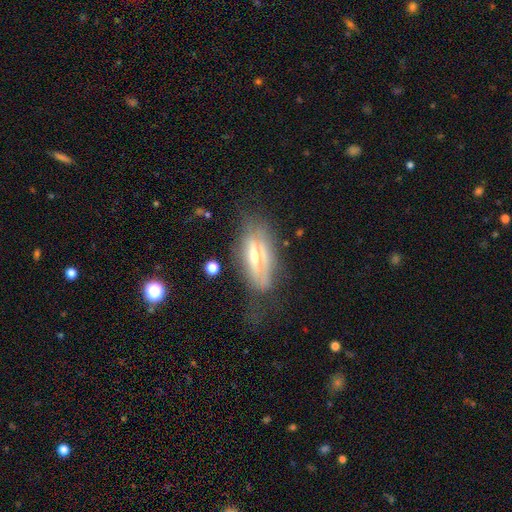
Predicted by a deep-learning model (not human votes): Smooth or featured: featured or disk — 58% (smooth — 33%)
Edge-on disk: yes — 75% (no — 25%)
Merging: none — 61% (minor disturbance — 24%)